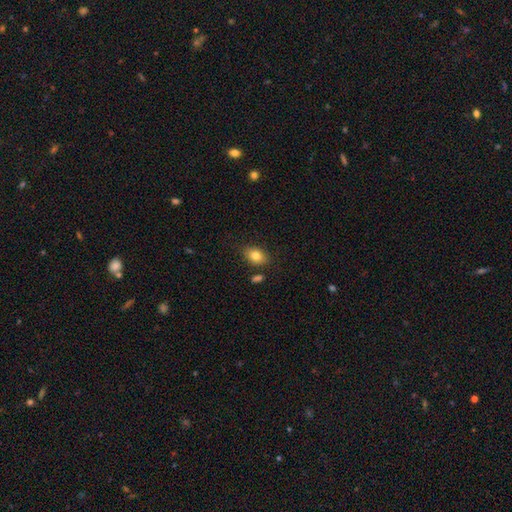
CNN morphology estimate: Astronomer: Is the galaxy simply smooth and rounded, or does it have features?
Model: smooth — 81%.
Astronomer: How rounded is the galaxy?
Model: in between — 83%.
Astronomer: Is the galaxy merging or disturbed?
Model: none — 81%.